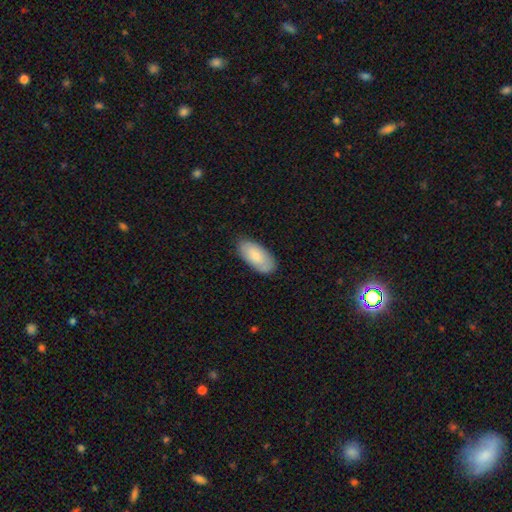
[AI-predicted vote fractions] Smooth or featured?
  - smooth: 79% *
  - featured or disk: 15%
  - star or artifact: 6%
How rounded?
  - in between: 93% *
  - cigar-shaped: 5%
  - round: 2%
Merging?
  - none: 80% *
  - minor disturbance: 16%
  - major disturbance: 3%
  - merger: 1%